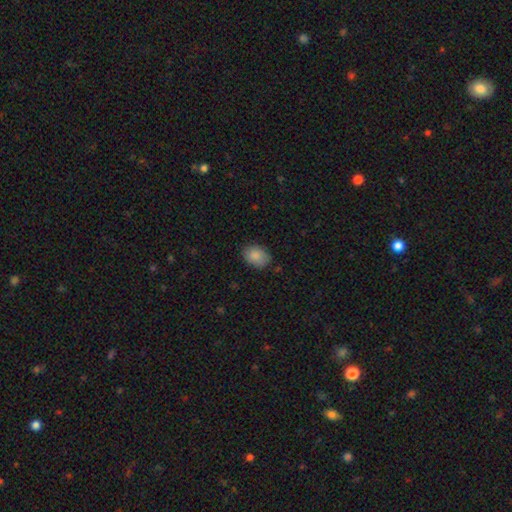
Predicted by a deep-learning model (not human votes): This is clearly a smooth galaxy (87%). How rounded: likely in between (74%). Merging: clearly none (83%).